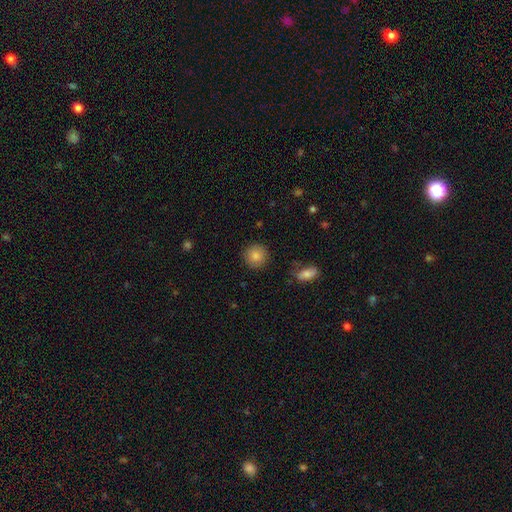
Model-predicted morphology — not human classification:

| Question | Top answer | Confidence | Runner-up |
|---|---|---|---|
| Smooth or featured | smooth | 84% | star or artifact (9%) |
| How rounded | round | 92% | in between (7%) |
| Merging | none | 89% | minor disturbance (7%) |